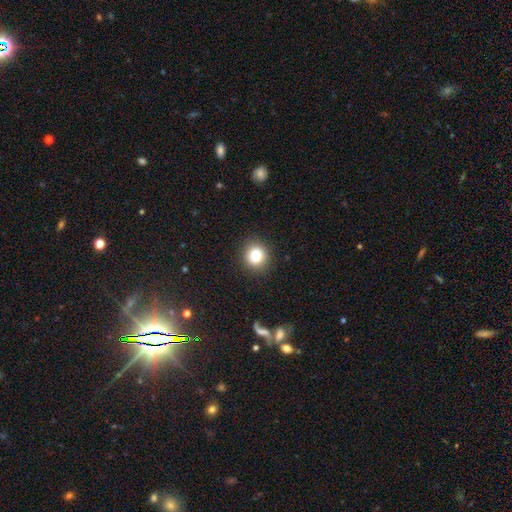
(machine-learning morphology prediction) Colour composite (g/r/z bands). It shows a smooth galaxy with no disk features (84%) that is round (80%). Merging: none (88%).